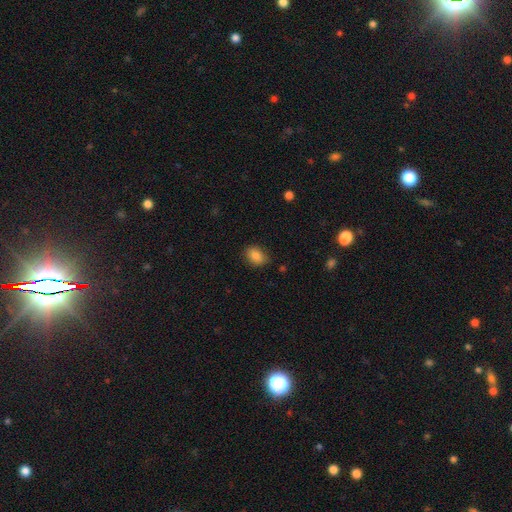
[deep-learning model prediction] smooth 85%, star or artifact 9%, featured or disk 6%. Down the decision tree: how rounded — in between (73%); merging — none (81%).